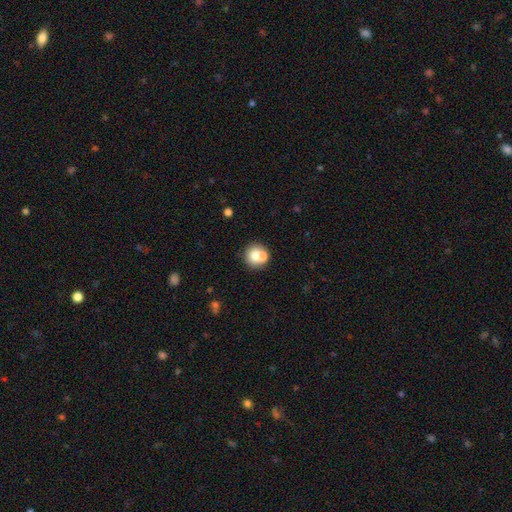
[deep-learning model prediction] Smooth or featured? Predicted: smooth (p=0.71). How rounded? Predicted: round (p=0.90). Merging? Predicted: none (p=0.55).